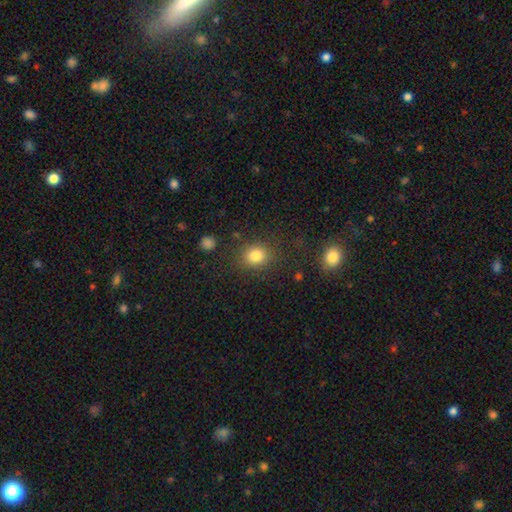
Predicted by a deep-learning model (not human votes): Smooth or featured? smooth (82%)
How rounded? round (66%)
Merging? none (81%)